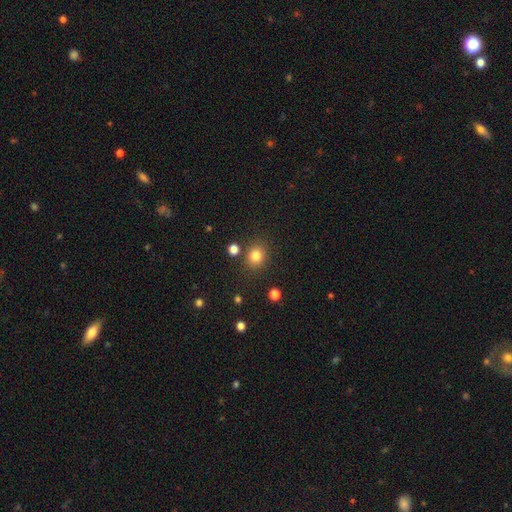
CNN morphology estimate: A smooth galaxy with no disk features (82%) that is round (75%).

Vote fractions:
- Smooth or featured? smooth: 82% / star or artifact: 12% / featured or disk: 6%
- How rounded? round: 75% / in between: 24% / cigar-shaped: 1%
- Merging? none: 83% / minor disturbance: 9% / merger: 5% / major disturbance: 3%